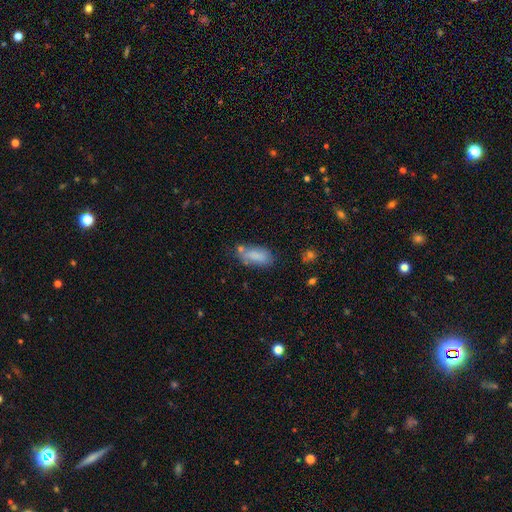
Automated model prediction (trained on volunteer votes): Overall: smooth (82%). How rounded: in between (85%). Merging: none (59%; minor disturbance 22%).